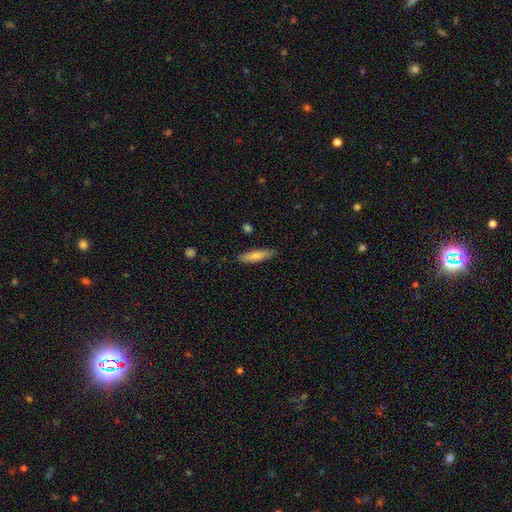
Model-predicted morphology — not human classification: smooth_or_featured: smooth (p=0.72) [alt: featured or disk p=0.22]
how_rounded: cigar-shaped (p=0.72) [alt: in between p=0.26]
merging: none (p=0.86) [alt: minor disturbance p=0.10]